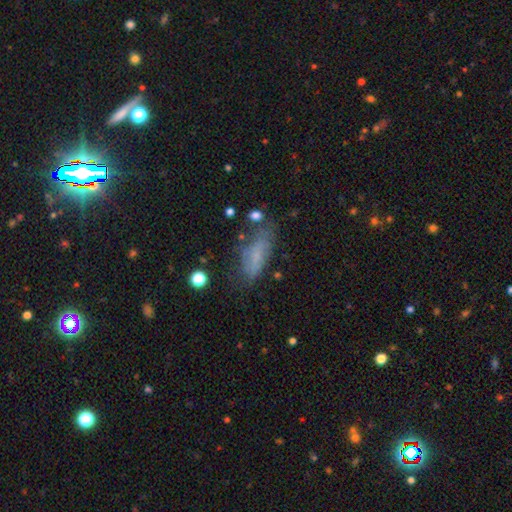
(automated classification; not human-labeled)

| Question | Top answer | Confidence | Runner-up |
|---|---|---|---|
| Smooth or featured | smooth | 60% | featured or disk (27%) |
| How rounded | in between | 66% | cigar-shaped (31%) |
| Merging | none | 56% | minor disturbance (26%) |